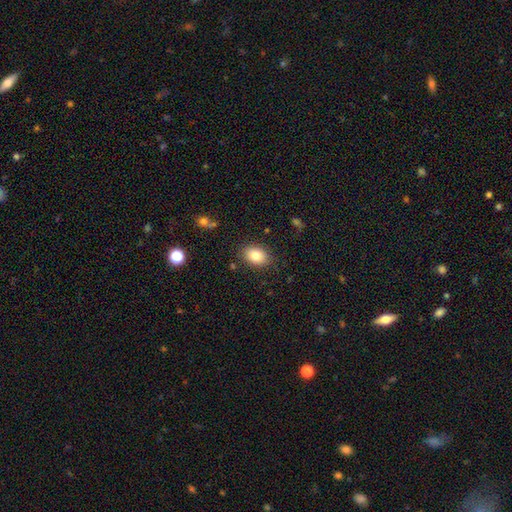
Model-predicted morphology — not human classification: smooth_or_featured: smooth (p=0.82) [alt: featured or disk p=0.09]
how_rounded: in between (p=0.80) [alt: round p=0.18]
merging: none (p=0.85) [alt: minor disturbance p=0.11]